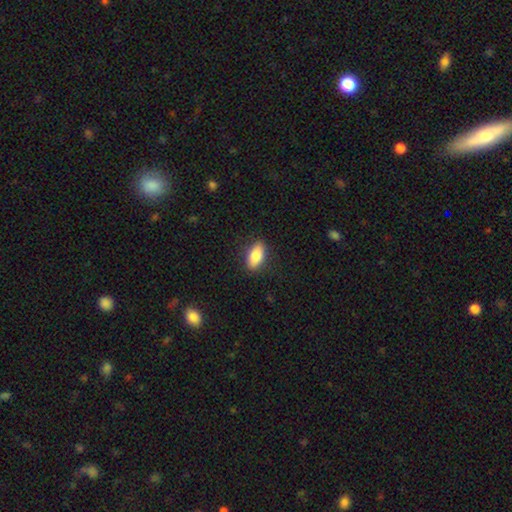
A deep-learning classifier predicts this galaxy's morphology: The model was most divided on "smooth or featured": smooth: 84%, featured or disk: 9%, star or artifact: 7%. More confident: how rounded — in between (88%); merging — none (86%).